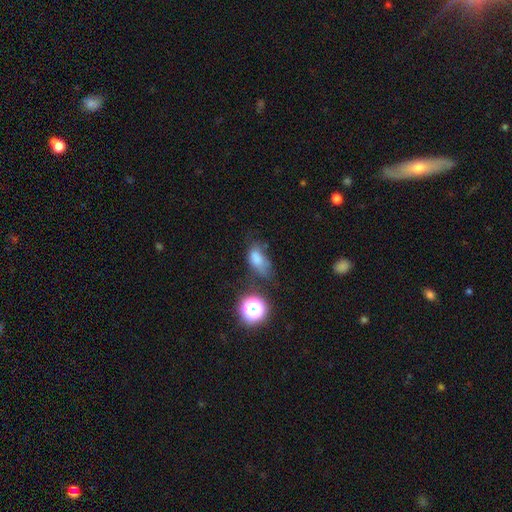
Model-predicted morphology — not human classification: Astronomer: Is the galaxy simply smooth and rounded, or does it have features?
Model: smooth — 64%.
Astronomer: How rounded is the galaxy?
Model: in between — 79%.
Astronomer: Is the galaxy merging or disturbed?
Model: none — 41% (runner-up: minor disturbance, 31%).